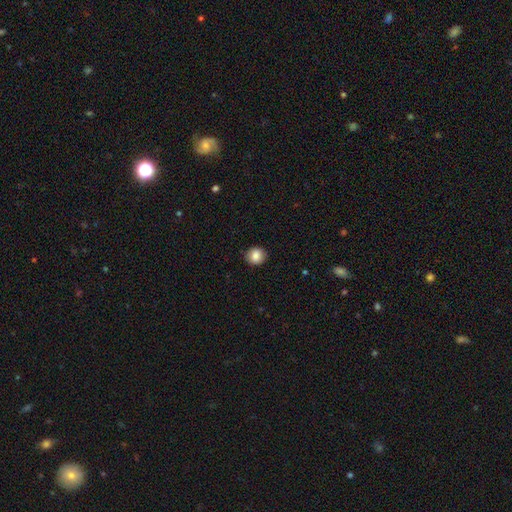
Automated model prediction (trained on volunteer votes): This appears to be a smooth galaxy with no disk features (86%) that is round (82%). Merging: none (89%).